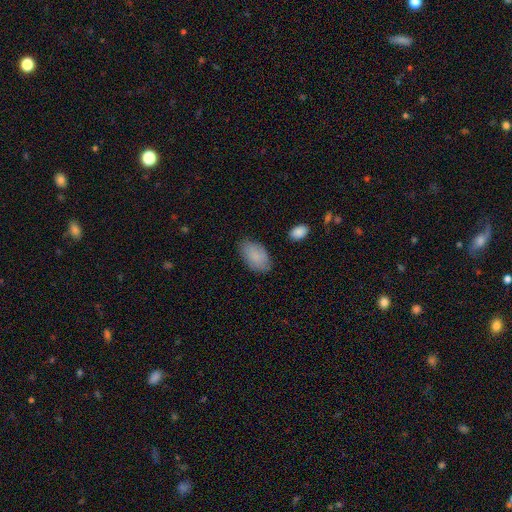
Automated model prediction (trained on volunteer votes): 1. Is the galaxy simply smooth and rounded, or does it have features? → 86% smooth, 8% featured or disk, 6% star or artifact.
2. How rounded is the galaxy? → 93% in between, 5% round, 1% cigar-shaped.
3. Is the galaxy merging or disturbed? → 79% none, 16% minor disturbance, 3% major disturbance, 2% merger.